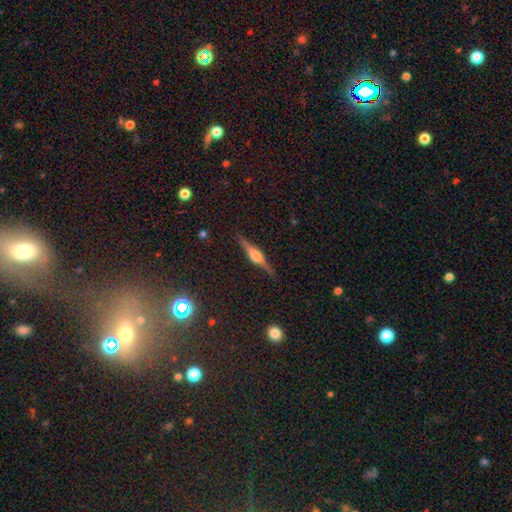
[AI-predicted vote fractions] A featured or disk galaxy (82%) viewed edge-on (98%) with a rounded central bulge (88%).

Vote fractions:
- Smooth or featured? featured or disk: 82% / smooth: 11% / star or artifact: 7%
- Edge-on disk? yes: 98% / no: 2%
- Edge-on bulge? rounded: 88% / boxy: 10% / none: 3%
- Merging? none: 89% / minor disturbance: 8% / major disturbance: 2% / merger: 1%